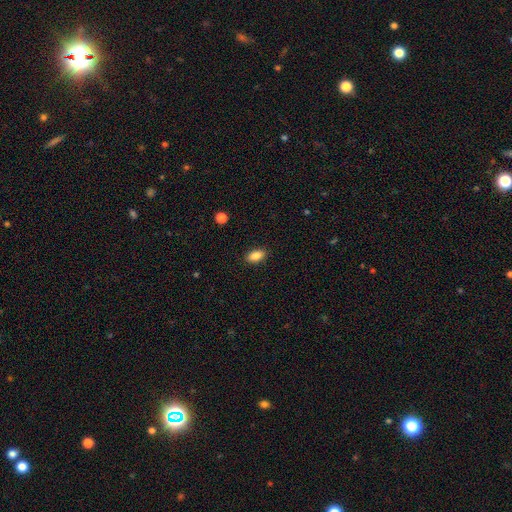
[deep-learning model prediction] The model was most divided on "smooth or featured": smooth: 86%, star or artifact: 8%, featured or disk: 6%. More confident: how rounded — in between (90%); merging — none (89%).